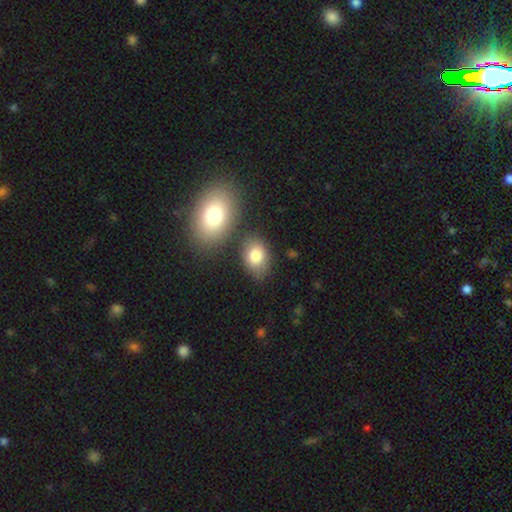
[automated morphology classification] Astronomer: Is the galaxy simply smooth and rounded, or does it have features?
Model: smooth — 81%.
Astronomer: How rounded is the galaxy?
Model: in between — 75%.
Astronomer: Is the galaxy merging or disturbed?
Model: none — 70%.